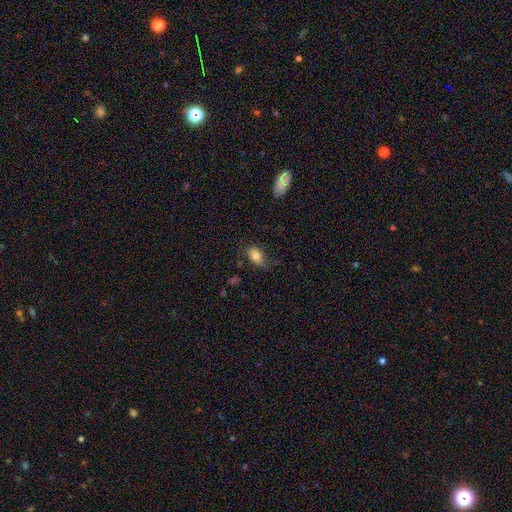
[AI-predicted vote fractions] Smooth or featured? smooth (81%)
How rounded? in between (89%)
Merging? none (64%)